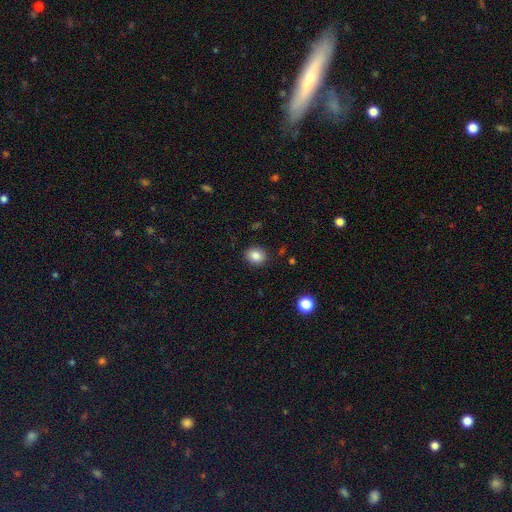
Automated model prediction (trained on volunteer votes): Smooth or featured?
  - smooth: 85% *
  - star or artifact: 10%
  - featured or disk: 5%
How rounded?
  - round: 62% *
  - in between: 37%
  - cigar-shaped: 1%
Merging?
  - none: 88% *
  - minor disturbance: 8%
  - major disturbance: 2%
  - merger: 1%